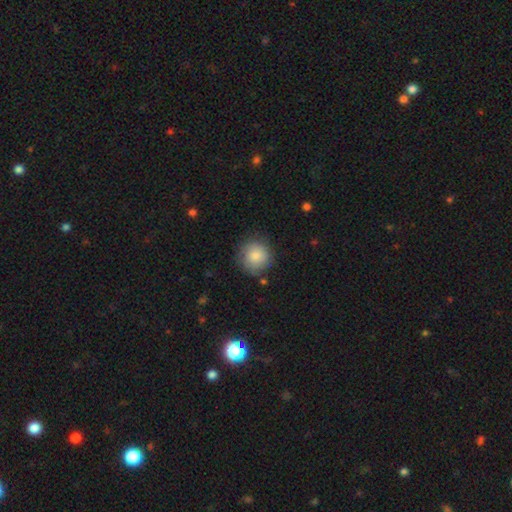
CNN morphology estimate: This appears to be a smooth galaxy with no disk features (84%) that is round (92%). Merging: none (81%).